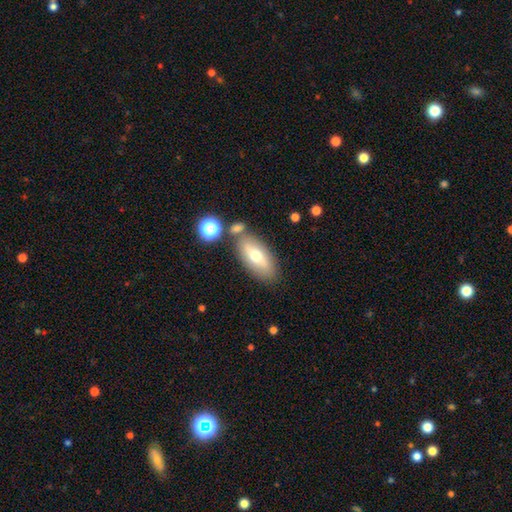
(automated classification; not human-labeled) smooth-or-featured: smooth: 62% | featured or disk: 29% | star or artifact: 9%
  how-rounded: in between: 83% | cigar-shaped: 13% | round: 4%
  merging: none: 72% | minor disturbance: 13% | merger: 11% | major disturbance: 4%